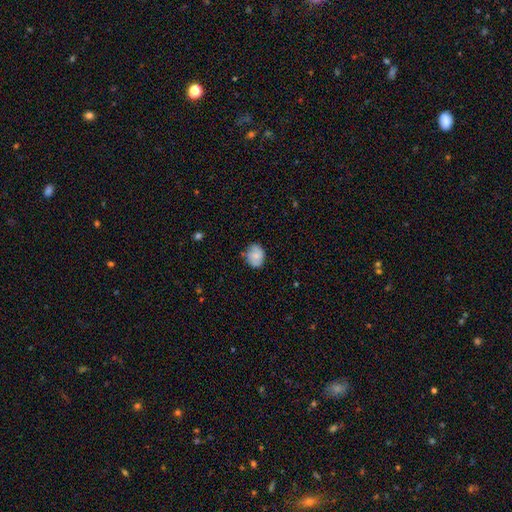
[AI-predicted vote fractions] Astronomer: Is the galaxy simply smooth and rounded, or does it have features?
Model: smooth — 70%.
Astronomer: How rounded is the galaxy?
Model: in between — 52% (runner-up: round, 47%).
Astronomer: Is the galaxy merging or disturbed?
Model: none — 70%.